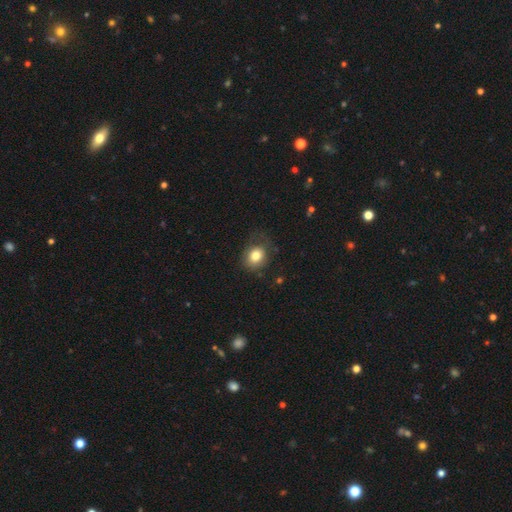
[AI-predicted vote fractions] Smooth or featured? smooth (80%)
How rounded? round (57%)
Merging? none (62%)